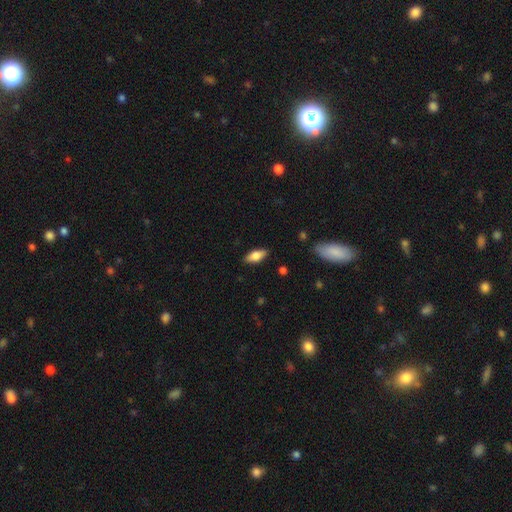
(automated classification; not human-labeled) Overall: smooth (72%). How rounded: in between (82%). Merging: none (86%).